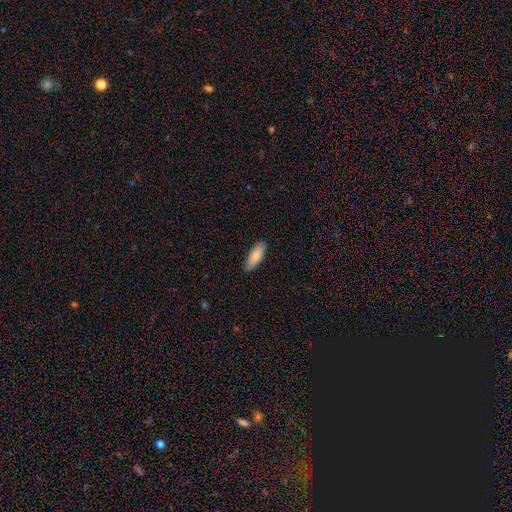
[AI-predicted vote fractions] Smooth or featured? smooth (84%)
How rounded? in between (71%)
Merging? none (84%)